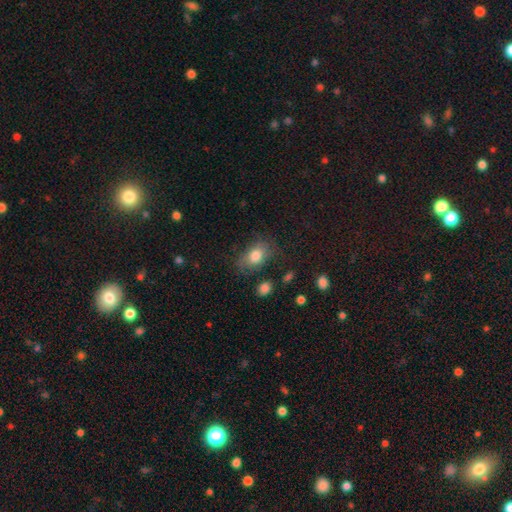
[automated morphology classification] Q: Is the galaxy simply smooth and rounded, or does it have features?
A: smooth — 76%.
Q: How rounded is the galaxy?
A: in between — 83%.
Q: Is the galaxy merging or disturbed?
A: none — 66%.